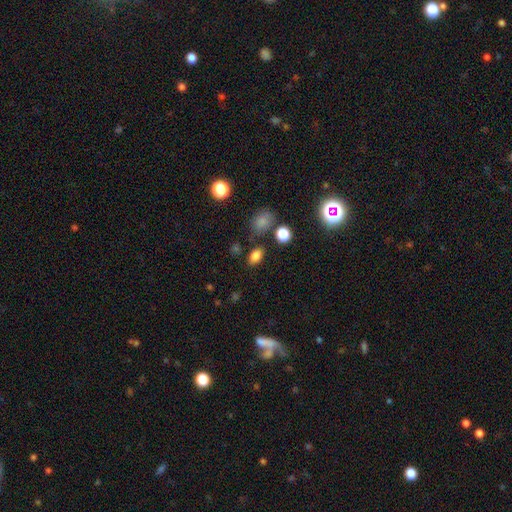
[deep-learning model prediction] A smooth galaxy with no disk features (81%) that is in between round and cigar-shaped (84%). Merging: none (79%).